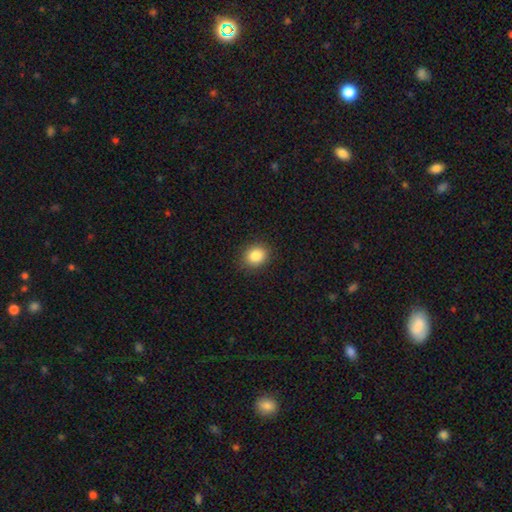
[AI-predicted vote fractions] A smooth galaxy with no disk features (86%) that is round (65%). Merging: none (89%).